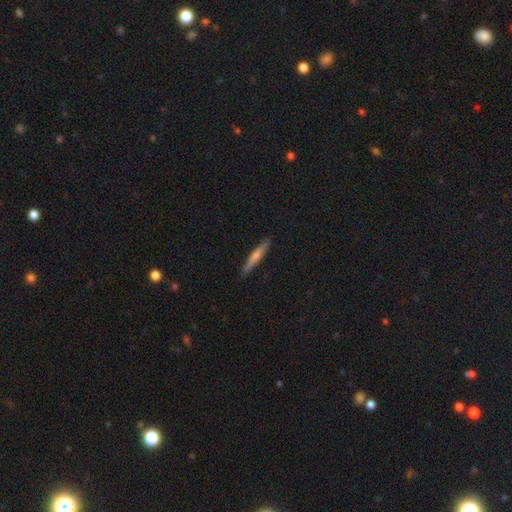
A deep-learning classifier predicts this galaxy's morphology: Smooth or featured?
  - featured or disk: 49% *
  - smooth: 44%
  - star or artifact: 7%
Merging?
  - none: 90% *
  - minor disturbance: 7%
  - major disturbance: 1%
  - merger: 1%